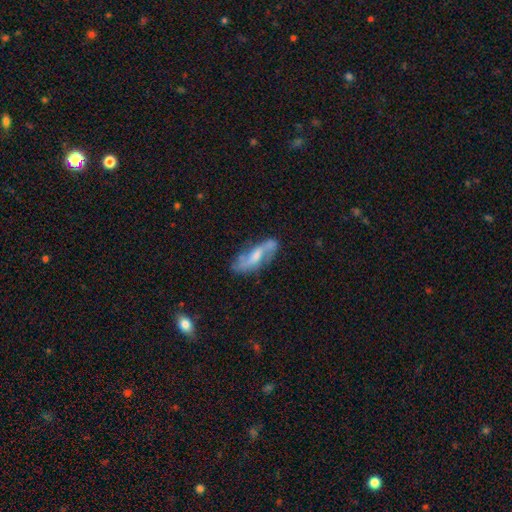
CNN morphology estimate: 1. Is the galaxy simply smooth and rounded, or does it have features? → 70% featured or disk, 23% smooth, 7% star or artifact.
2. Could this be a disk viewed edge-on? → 85% no, 15% yes.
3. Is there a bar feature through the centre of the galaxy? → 44% weak, 33% no, 23% strong.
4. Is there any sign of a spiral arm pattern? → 90% yes, 10% no.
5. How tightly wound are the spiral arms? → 58% loose, 31% medium, 11% tight.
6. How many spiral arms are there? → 86% 2, 7% can't tell, 3% 1, 1% 3, 1% 4, 1% more than 4.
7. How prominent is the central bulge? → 43% moderate, 31% small, 15% none, 10% large, 2% dominant.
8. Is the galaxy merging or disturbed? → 68% none, 21% minor disturbance, 8% major disturbance, 3% merger.